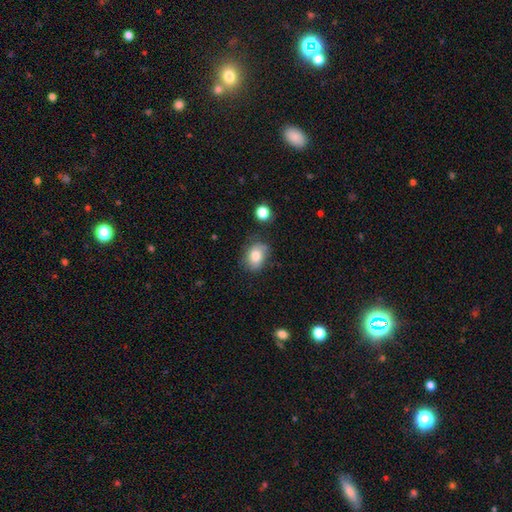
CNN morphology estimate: smooth-or-featured: smooth: 80% | featured or disk: 11% | star or artifact: 9%
  how-rounded: in between: 67% | round: 32% | cigar-shaped: 1%
  merging: none: 66% | minor disturbance: 24% | major disturbance: 6% | merger: 4%